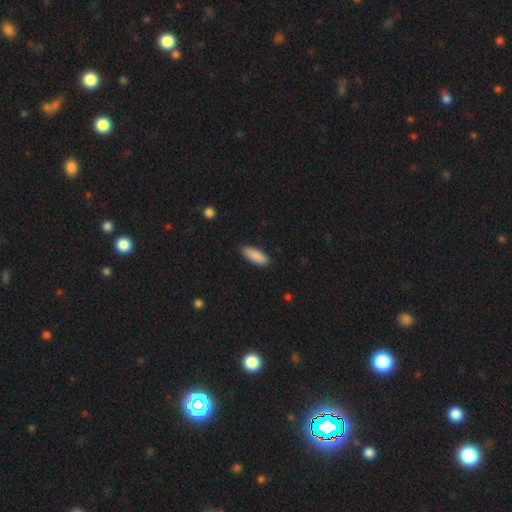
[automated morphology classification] smooth_or_featured: smooth (p=0.90) [alt: star or artifact p=0.06]
how_rounded: in between (p=0.69) [alt: cigar-shaped p=0.29]
merging: none (p=0.88) [alt: minor disturbance p=0.09]